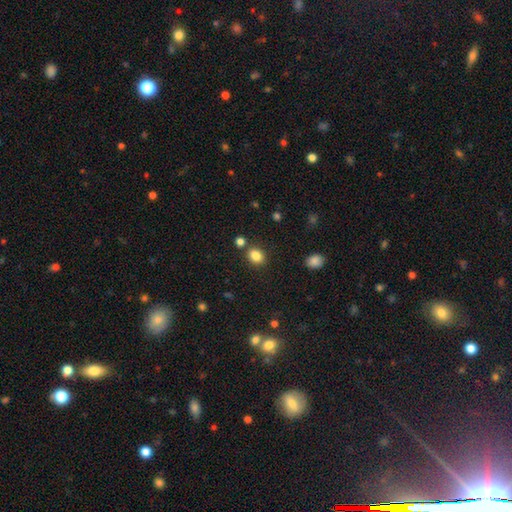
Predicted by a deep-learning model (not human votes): This appears to be a smooth galaxy with no disk features (84%) that is in between round and cigar-shaped (56%). Merging: none (79%).